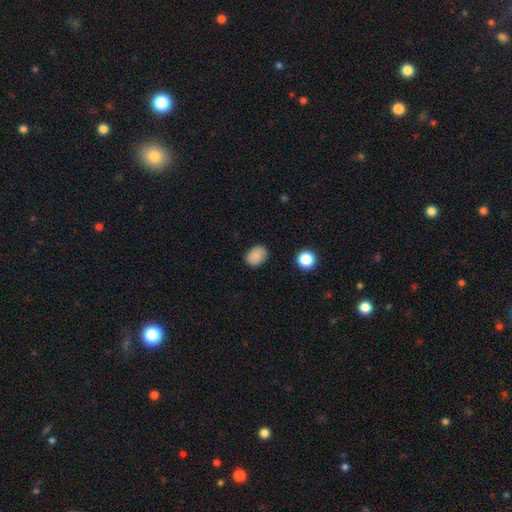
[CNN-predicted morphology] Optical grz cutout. It shows a smooth galaxy with no disk features (87%) that is in between round and cigar-shaped (70%). Merging: none (84%).